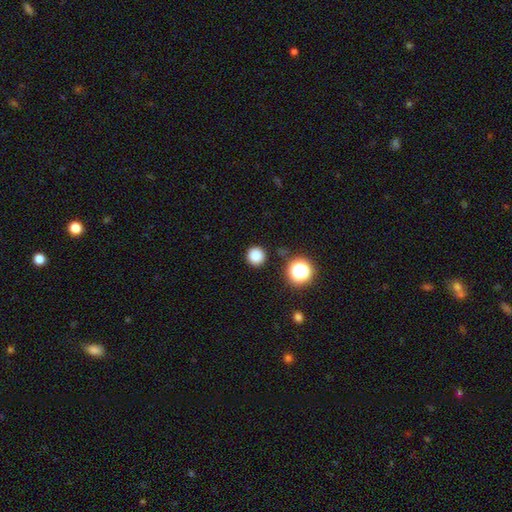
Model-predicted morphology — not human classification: This is clearly a smooth galaxy (82%). How rounded: clearly round (94%). Merging: clearly none (90%).